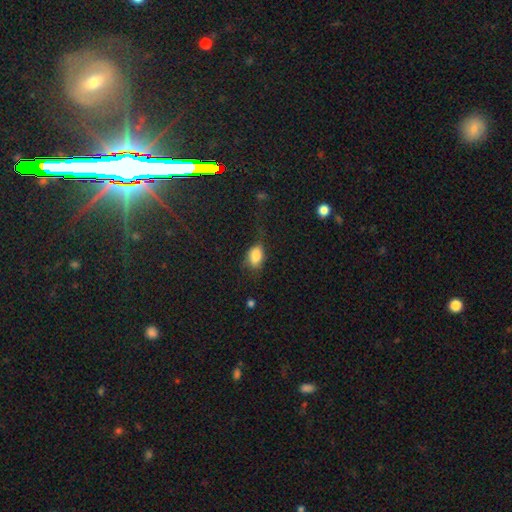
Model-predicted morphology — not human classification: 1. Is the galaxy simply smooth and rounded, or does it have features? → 84% smooth, 9% star or artifact, 8% featured or disk.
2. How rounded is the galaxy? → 87% in between, 11% round, 2% cigar-shaped.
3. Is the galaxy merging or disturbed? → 51% none, 30% minor disturbance, 17% major disturbance, 2% merger.